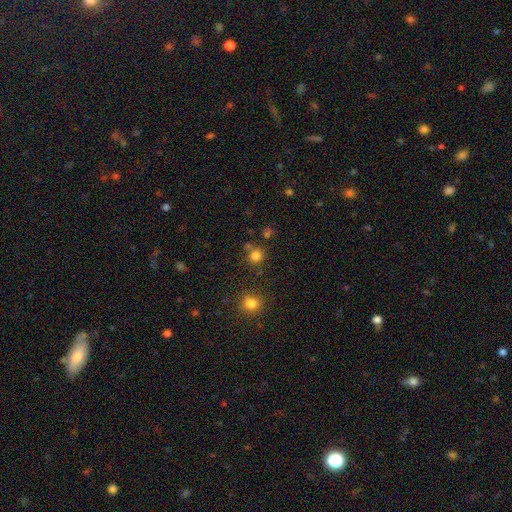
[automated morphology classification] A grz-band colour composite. It shows a smooth galaxy with no disk features (78%) that is round (89%). Merging: none (74%).